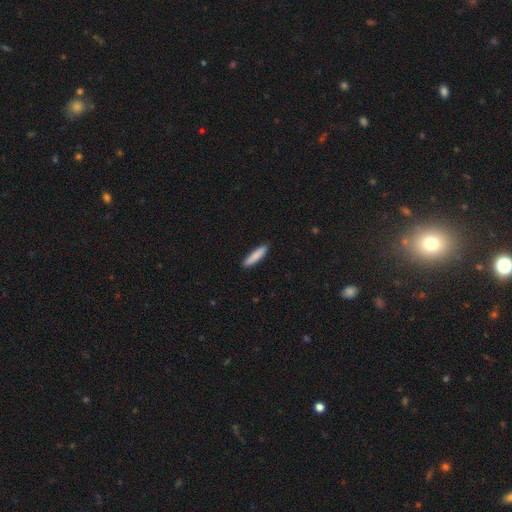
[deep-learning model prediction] Q: Smooth or featured?
A: smooth (86%); runner-up: featured or disk (9%)
Q: How rounded?
A: cigar-shaped (83%); runner-up: in between (16%)
Q: Merging?
A: none (90%); runner-up: minor disturbance (7%)